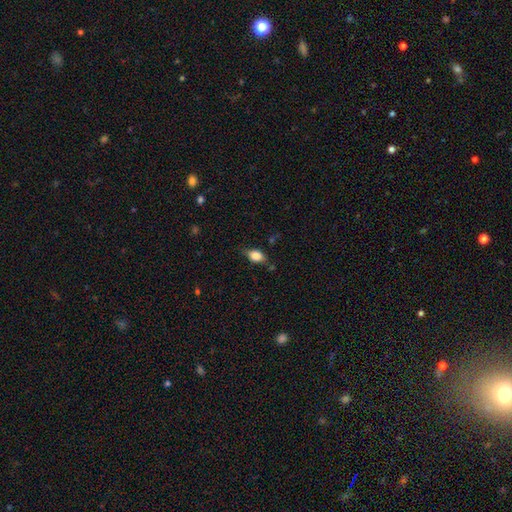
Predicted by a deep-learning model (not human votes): This is clearly a smooth galaxy (81%). How rounded: clearly in between (86%). Merging: likely none (72%).